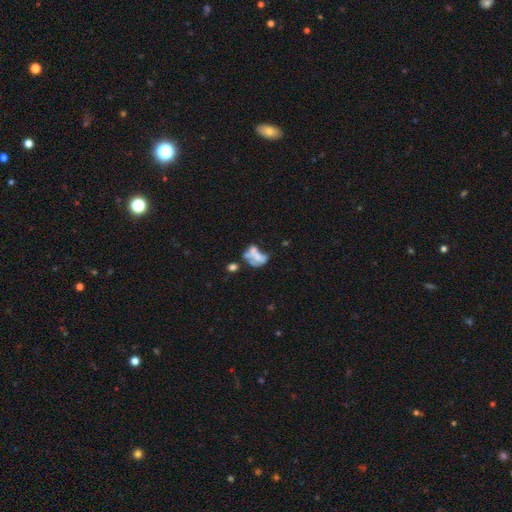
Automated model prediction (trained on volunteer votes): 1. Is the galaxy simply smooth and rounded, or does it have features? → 48% featured or disk, 39% smooth, 13% star or artifact.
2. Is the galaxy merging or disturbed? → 44% merger, 24% major disturbance, 19% none, 13% minor disturbance.